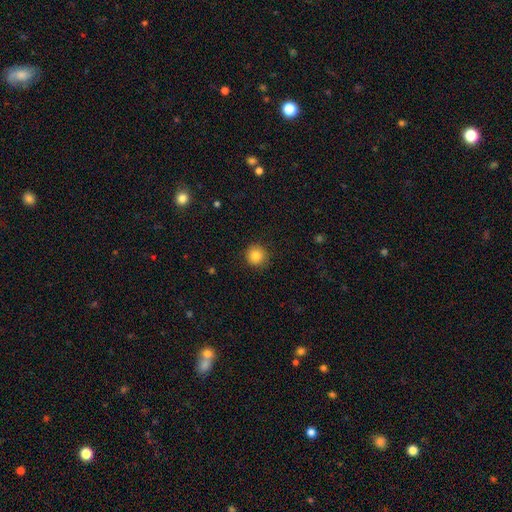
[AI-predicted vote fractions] A smooth galaxy with no disk features (84%) that is round (93%).

Vote fractions:
- Smooth or featured? smooth: 84% / star or artifact: 10% / featured or disk: 6%
- How rounded? round: 93% / in between: 6% / cigar-shaped: 1%
- Merging? none: 90% / minor disturbance: 7% / major disturbance: 2% / merger: 1%